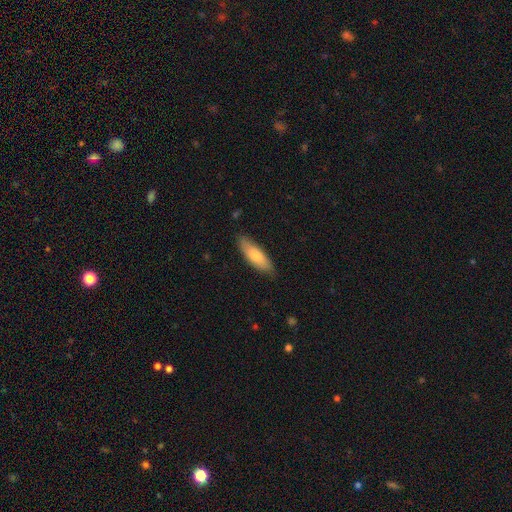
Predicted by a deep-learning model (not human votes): This appears to be a smooth galaxy with no disk features (78%) that is in between round and cigar-shaped (55%). Merging: none (84%).